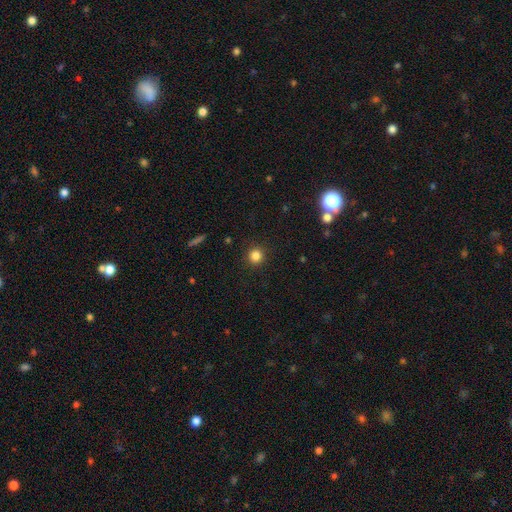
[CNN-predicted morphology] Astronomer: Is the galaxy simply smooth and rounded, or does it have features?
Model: smooth — 84%.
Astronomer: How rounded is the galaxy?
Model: round — 92%.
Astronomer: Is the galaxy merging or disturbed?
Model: none — 91%.